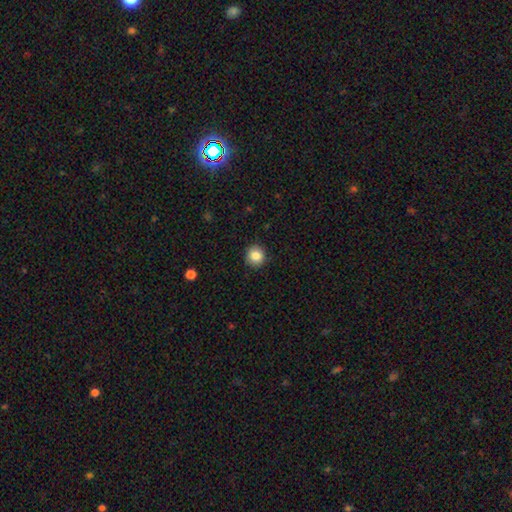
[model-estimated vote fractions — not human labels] Smooth or featured: smooth — 85% (star or artifact — 9%)
How rounded: round — 92% (in between — 7%)
Merging: none — 90% (minor disturbance — 7%)